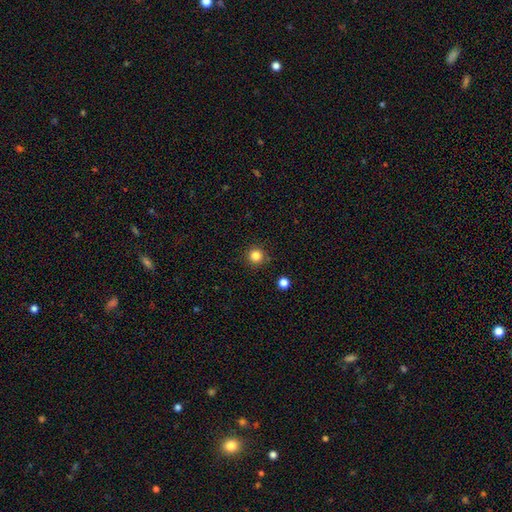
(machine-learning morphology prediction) smooth_or_featured: smooth (p=0.83) [alt: star or artifact p=0.12]
how_rounded: round (p=0.96) [alt: in between p=0.03]
merging: none (p=0.90) [alt: minor disturbance p=0.06]